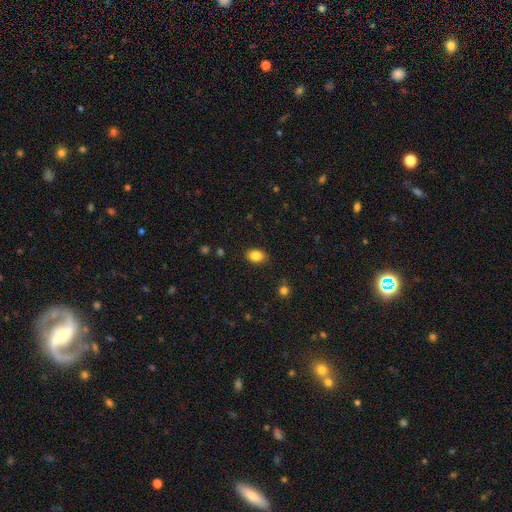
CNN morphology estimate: type=smooth (85%); roundness=in between (79%); merging=none (86%).